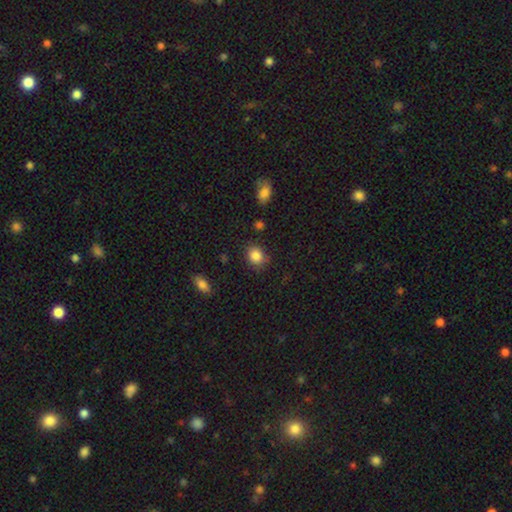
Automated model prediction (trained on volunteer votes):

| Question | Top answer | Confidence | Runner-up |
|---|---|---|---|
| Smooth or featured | smooth | 86% | star or artifact (9%) |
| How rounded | round | 62% | in between (37%) |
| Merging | none | 78% | minor disturbance (15%) |